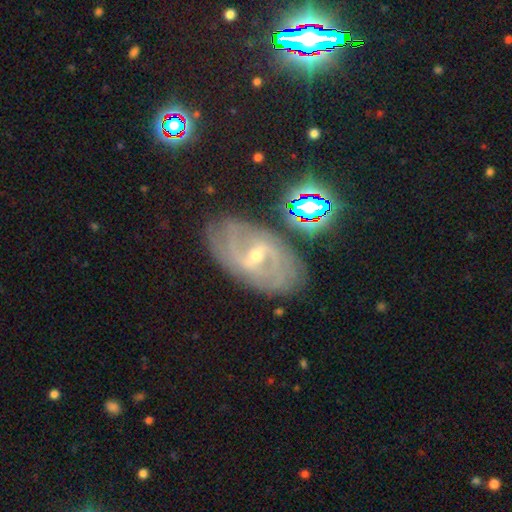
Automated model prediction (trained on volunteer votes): featured or disk 78%, star or artifact 12%, smooth 10%. Down the decision tree: edge-on disk — no (93%); bar — weak (50%); spiral arms — yes (90%); spiral arm count — can't tell (38%); spiral winding — tight (52%); bulge size — small (64%); merging — none (79%).